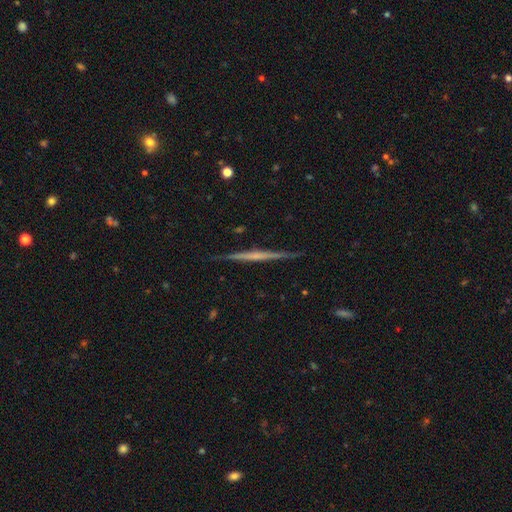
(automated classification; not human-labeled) Smooth or featured? featured or disk (73%)
Edge-on disk? yes (98%)
Edge-on bulge? none (63%)
Merging? none (90%)